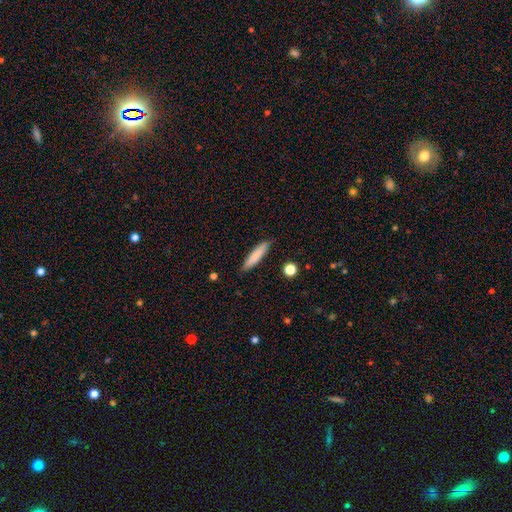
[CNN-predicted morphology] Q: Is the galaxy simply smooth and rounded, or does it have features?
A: smooth — 82%.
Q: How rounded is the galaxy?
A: cigar-shaped — 84%.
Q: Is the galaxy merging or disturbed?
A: none — 87%.